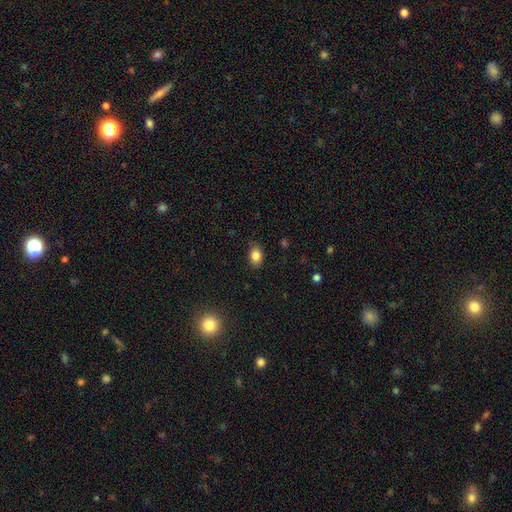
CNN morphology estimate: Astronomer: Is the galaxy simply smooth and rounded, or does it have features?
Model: smooth — 84%.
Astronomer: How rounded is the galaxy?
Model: in between — 79%.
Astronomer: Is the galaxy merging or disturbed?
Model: none — 82%.